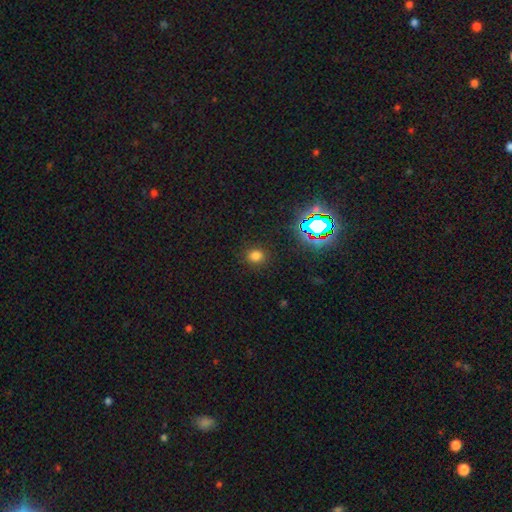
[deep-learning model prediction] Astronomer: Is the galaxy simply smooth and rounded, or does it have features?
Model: smooth — 73%.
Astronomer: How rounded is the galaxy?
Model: round — 80%.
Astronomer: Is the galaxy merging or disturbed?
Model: none — 88%.